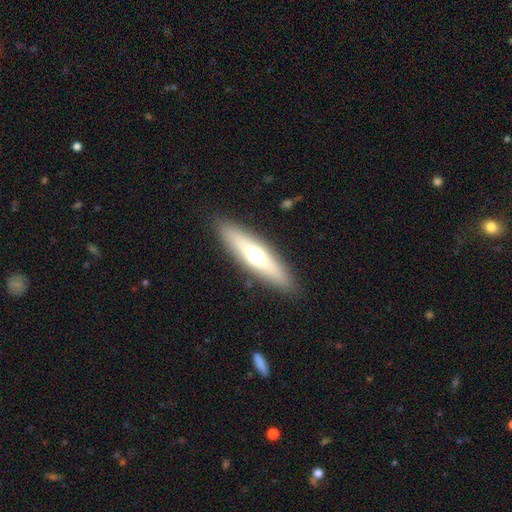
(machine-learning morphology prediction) This is possibly a smooth galaxy (49%). Merging: clearly none (89%).